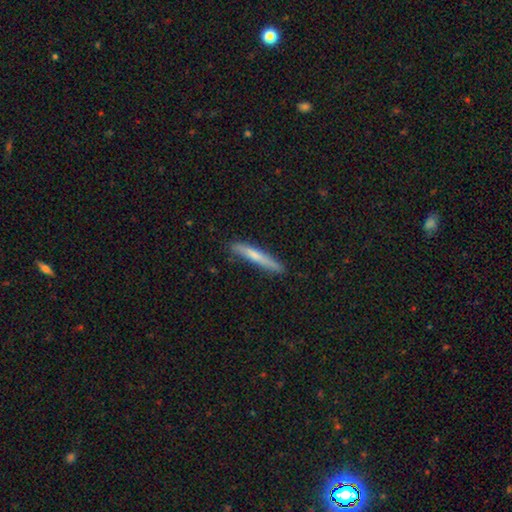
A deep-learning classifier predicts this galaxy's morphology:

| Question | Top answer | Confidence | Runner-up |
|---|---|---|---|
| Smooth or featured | smooth | 64% | featured or disk (31%) |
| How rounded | cigar-shaped | 95% | in between (4%) |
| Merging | none | 85% | minor disturbance (12%) |